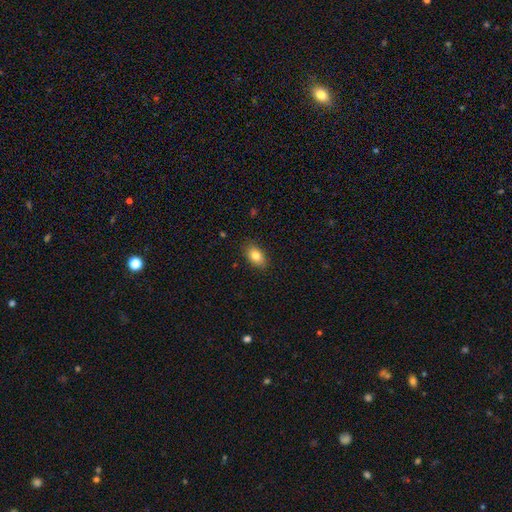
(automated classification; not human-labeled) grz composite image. It shows a smooth galaxy with no disk features (81%) that is in between round and cigar-shaped (87%). Merging: none (85%).